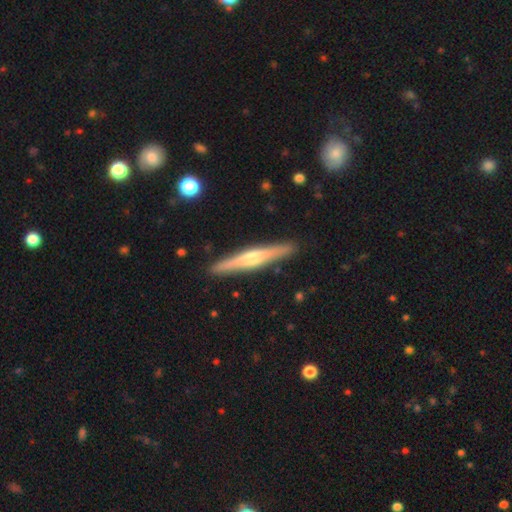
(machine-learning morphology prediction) smooth-or-featured: featured or disk: 61% | smooth: 34% | star or artifact: 5%
  disk-edge-on: yes: 96% | no: 4%
    edge-on-bulge: rounded: 74% | none: 14% | boxy: 12%
  merging: none: 89% | minor disturbance: 8% | major disturbance: 2% | merger: 1%